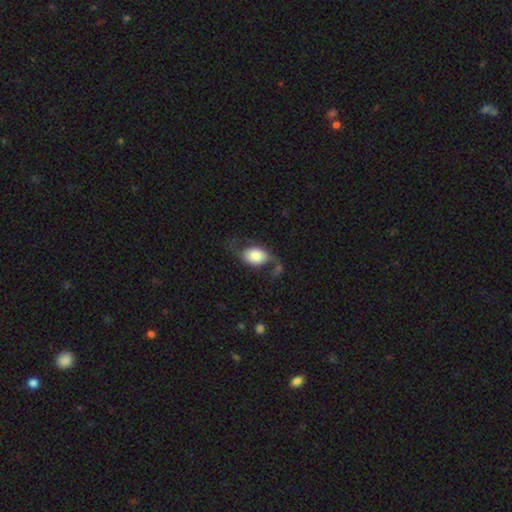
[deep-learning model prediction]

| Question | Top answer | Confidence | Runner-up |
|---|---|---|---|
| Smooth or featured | smooth | 57% | featured or disk (36%) |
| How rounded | in between | 77% | round (21%) |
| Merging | none | 46% | major disturbance (25%) |